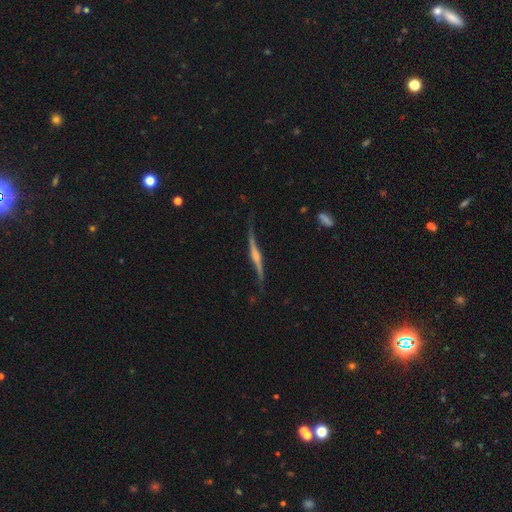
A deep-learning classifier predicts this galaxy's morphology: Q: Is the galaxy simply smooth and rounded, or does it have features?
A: featured or disk — 81%.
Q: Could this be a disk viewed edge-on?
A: yes — 89%.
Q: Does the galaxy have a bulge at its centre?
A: rounded — 66%.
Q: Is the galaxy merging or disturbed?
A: none — 65%.